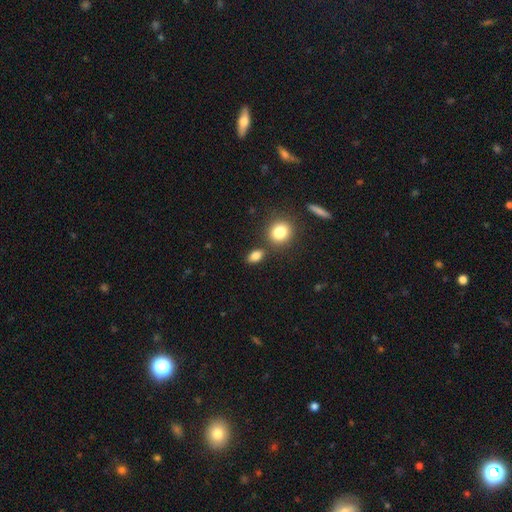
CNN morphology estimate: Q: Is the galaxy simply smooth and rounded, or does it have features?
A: smooth — 83%.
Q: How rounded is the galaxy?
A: in between — 74%.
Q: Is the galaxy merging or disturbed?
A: none — 74%.